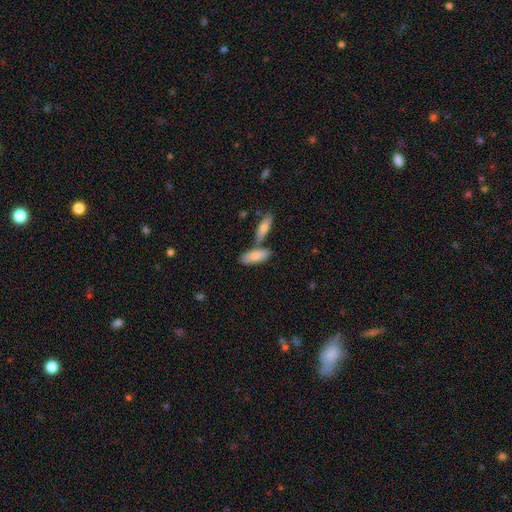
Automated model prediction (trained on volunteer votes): smooth-or-featured: smooth: 80% | featured or disk: 15% | star or artifact: 6%
  how-rounded: in between: 67% | cigar-shaped: 31% | round: 2%
  merging: none: 50% | merger: 36% | minor disturbance: 11% | major disturbance: 3%